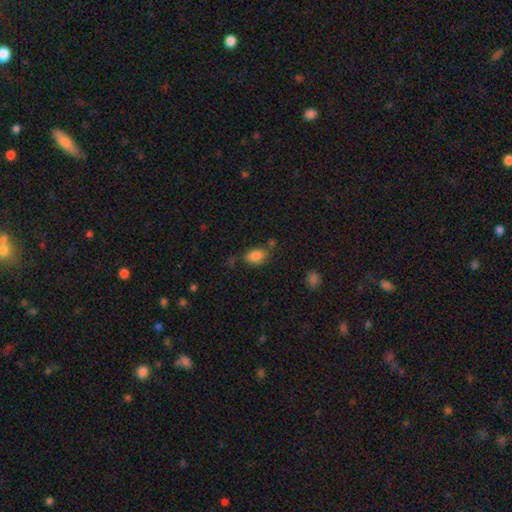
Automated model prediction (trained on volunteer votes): Smooth or featured: smooth — 85% (star or artifact — 9%)
How rounded: in between — 82% (round — 16%)
Merging: none — 60% (minor disturbance — 23%)